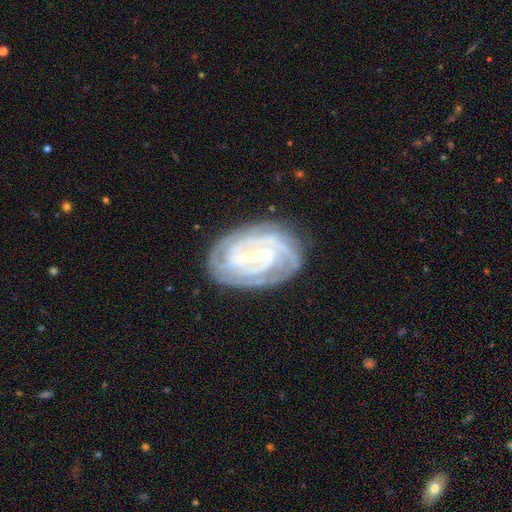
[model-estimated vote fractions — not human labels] A featured or disk galaxy (90%) with a strong bar (43%), 2 (27%) tight (77%) spiral arms (98%) and a small central bulge (66%). Merging: none (79%).